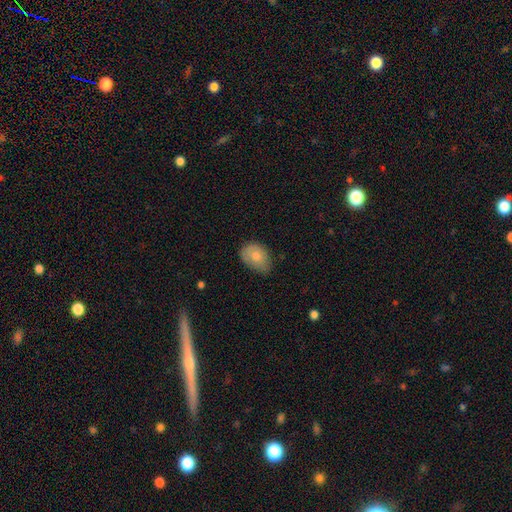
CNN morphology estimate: smooth 80%, featured or disk 13%, star or artifact 7%. Down the decision tree: how rounded — in between (78%); merging — none (59%).